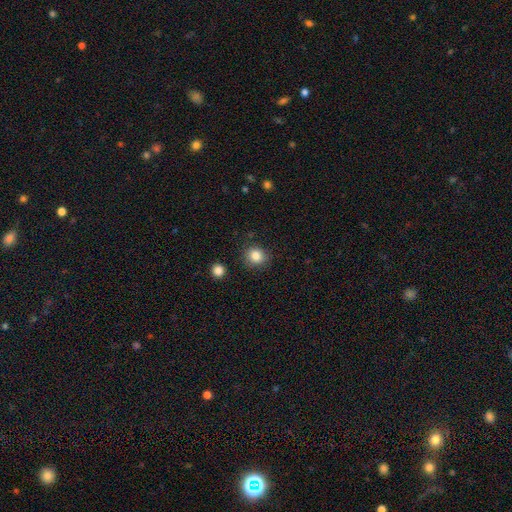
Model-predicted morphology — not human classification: smooth-or-featured: smooth: 84% | star or artifact: 11% | featured or disk: 6%
  how-rounded: round: 85% | in between: 14% | cigar-shaped: 1%
  merging: none: 87% | minor disturbance: 9% | major disturbance: 2% | merger: 2%